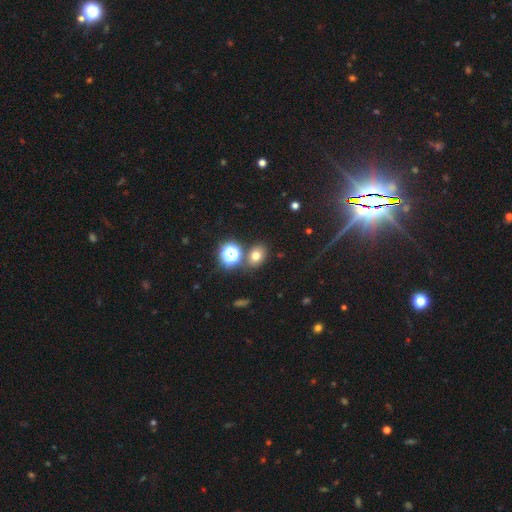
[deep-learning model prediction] smooth 69%, star or artifact 22%, featured or disk 9%. Down the decision tree: how rounded — in between (51%); merging — none (76%).